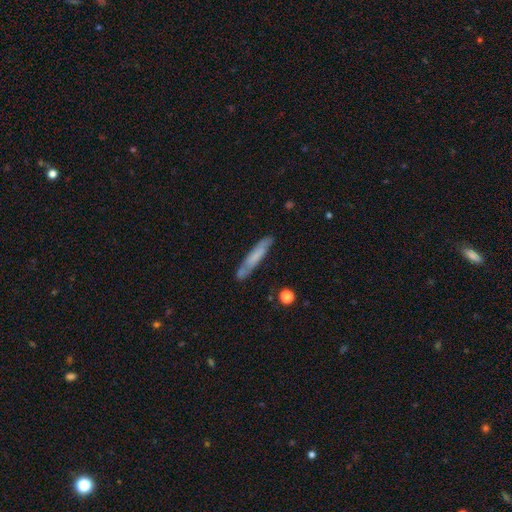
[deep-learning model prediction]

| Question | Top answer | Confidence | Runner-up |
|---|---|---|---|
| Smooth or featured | smooth | 61% | featured or disk (32%) |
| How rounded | cigar-shaped | 91% | in between (7%) |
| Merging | none | 76% | minor disturbance (17%) |